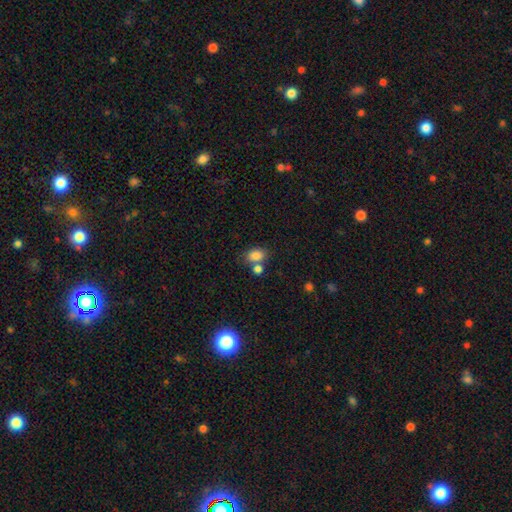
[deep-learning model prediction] Smooth or featured?
  - smooth: 83% *
  - star or artifact: 10%
  - featured or disk: 7%
How rounded?
  - in between: 72% *
  - round: 27%
  - cigar-shaped: 1%
Merging?
  - none: 52% *
  - merger: 31%
  - minor disturbance: 12%
  - major disturbance: 5%